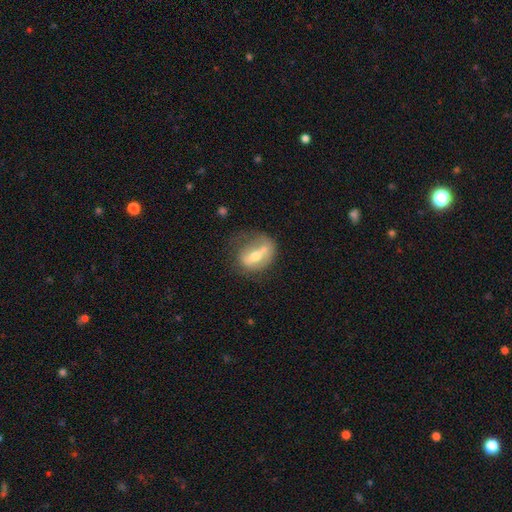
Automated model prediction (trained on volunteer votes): smooth_or_featured: smooth (p=0.47) [alt: featured or disk p=0.45]
merging: none (p=0.36) [alt: merger p=0.23]